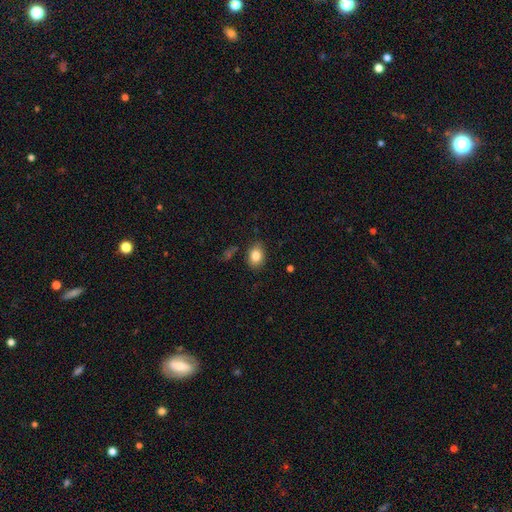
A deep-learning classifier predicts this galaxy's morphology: Smooth or featured?
  - smooth: 83% *
  - star or artifact: 9%
  - featured or disk: 8%
How rounded?
  - in between: 68% *
  - round: 31%
  - cigar-shaped: 1%
Merging?
  - none: 82% *
  - minor disturbance: 12%
  - major disturbance: 3%
  - merger: 3%